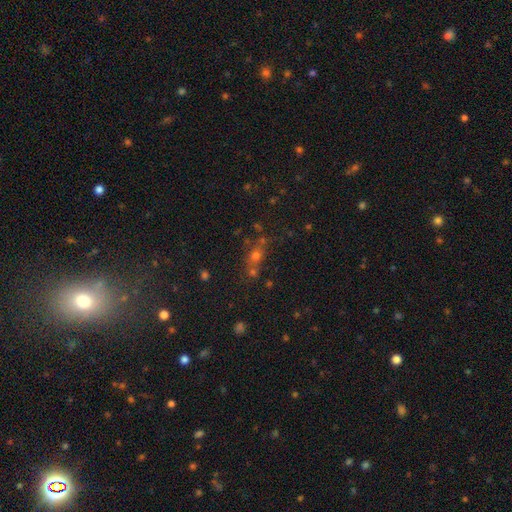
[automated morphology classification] Smooth or featured?
  - smooth: 54% *
  - star or artifact: 31%
  - featured or disk: 15%
How rounded?
  - round: 65% *
  - in between: 29%
  - cigar-shaped: 5%
Merging?
  - none: 55% *
  - merger: 26%
  - minor disturbance: 12%
  - major disturbance: 7%